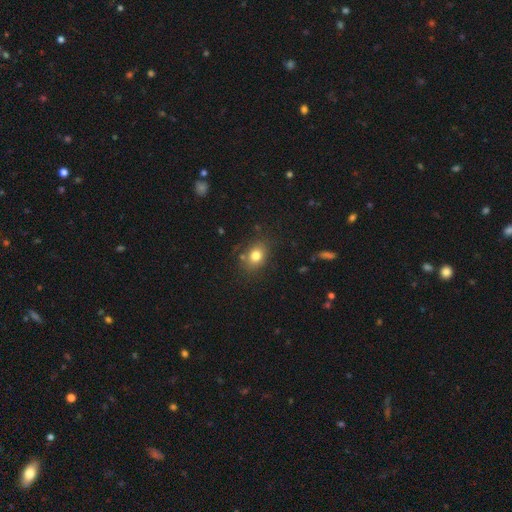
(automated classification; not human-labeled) A smooth galaxy with no disk features (79%) that is in between round and cigar-shaped (58%).

Vote fractions:
- Smooth or featured? smooth: 79% / star or artifact: 11% / featured or disk: 10%
- How rounded? in between: 58% / round: 40% / cigar-shaped: 1%
- Merging? none: 77% / minor disturbance: 14% / major disturbance: 4% / merger: 4%